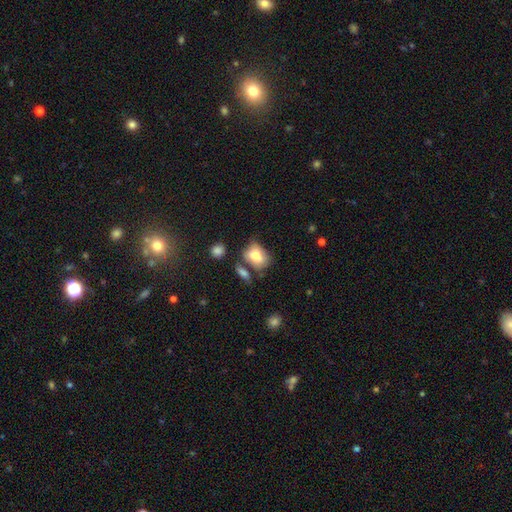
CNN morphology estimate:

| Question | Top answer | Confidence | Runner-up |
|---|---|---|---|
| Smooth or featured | smooth | 75% | featured or disk (17%) |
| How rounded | in between | 67% | round (31%) |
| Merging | none | 47% | minor disturbance (25%) |